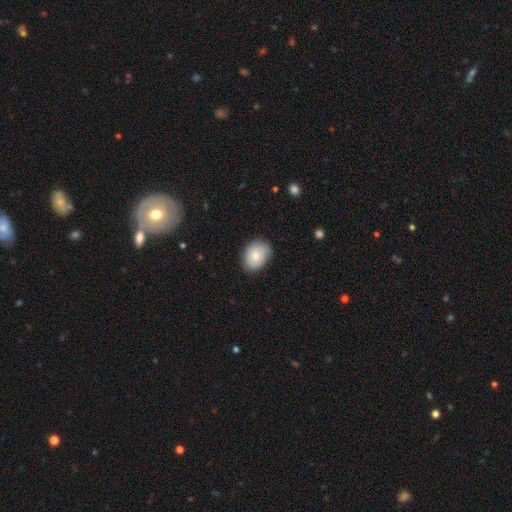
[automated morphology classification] type=smooth (69%); roundness=in between (68%); merging=none (80%).